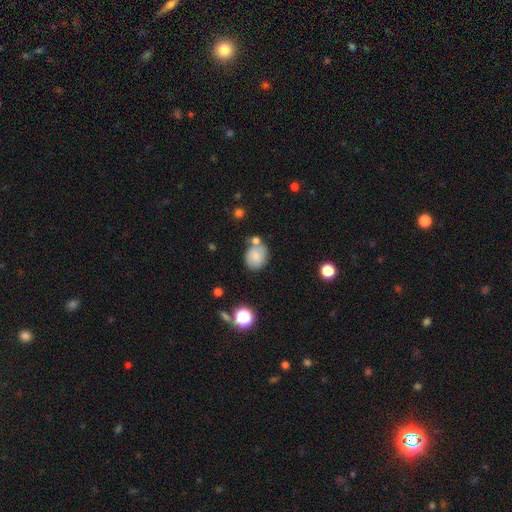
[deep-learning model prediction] A smooth galaxy with no disk features (77%) that is round (52%).

Vote fractions:
- Smooth or featured? smooth: 77% / featured or disk: 13% / star or artifact: 10%
- How rounded? round: 52% / in between: 47% / cigar-shaped: 1%
- Merging? none: 62% / minor disturbance: 17% / merger: 15% / major disturbance: 5%